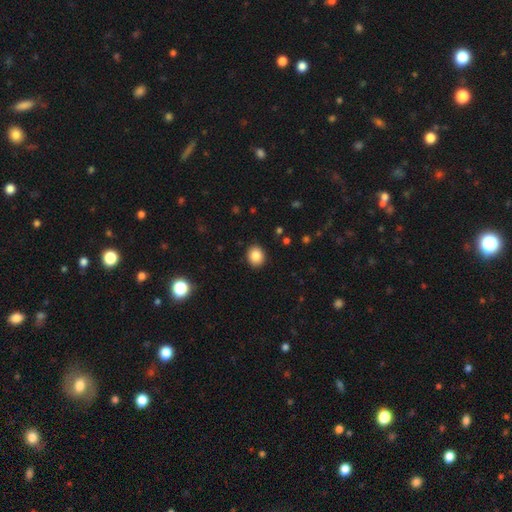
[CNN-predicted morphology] This is clearly a smooth galaxy (85%). How rounded: likely round (66%). Merging: clearly none (91%).